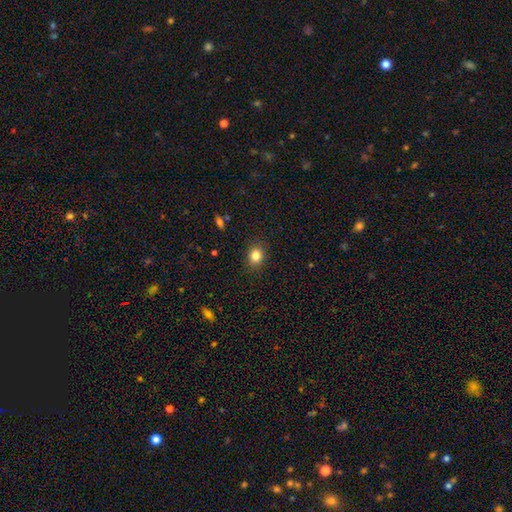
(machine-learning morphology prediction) Smooth or featured? smooth (83%)
How rounded? round (60%)
Merging? none (88%)